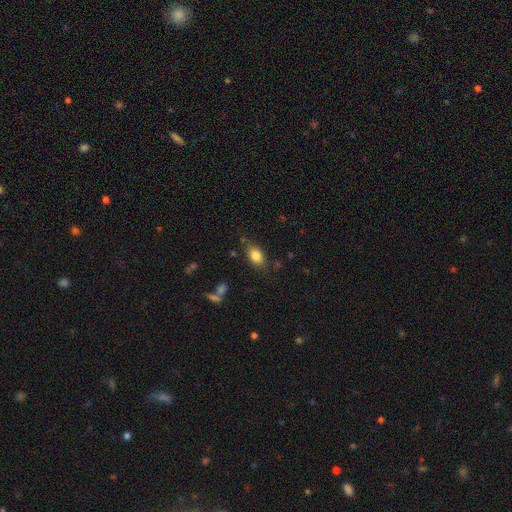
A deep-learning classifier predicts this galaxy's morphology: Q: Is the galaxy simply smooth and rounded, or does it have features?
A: smooth — 83%.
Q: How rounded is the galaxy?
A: in between — 85%.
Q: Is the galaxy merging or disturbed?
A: none — 76%.